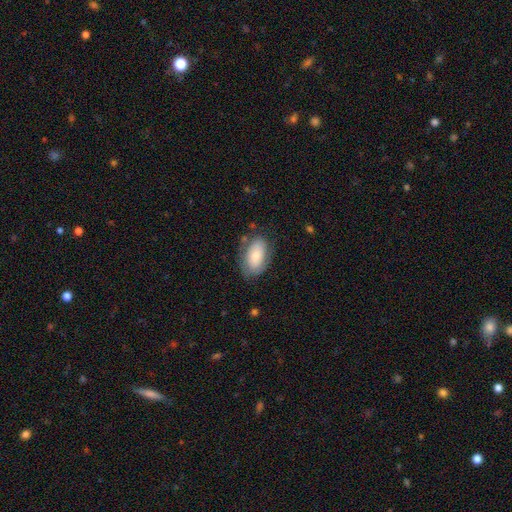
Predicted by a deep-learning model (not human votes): A smooth galaxy with no disk features (69%) that is in between round and cigar-shaped (93%).

Vote fractions:
- Smooth or featured? smooth: 69% / featured or disk: 25% / star or artifact: 7%
- How rounded? in between: 93% / round: 5% / cigar-shaped: 2%
- Merging? none: 69% / minor disturbance: 21% / major disturbance: 8% / merger: 2%